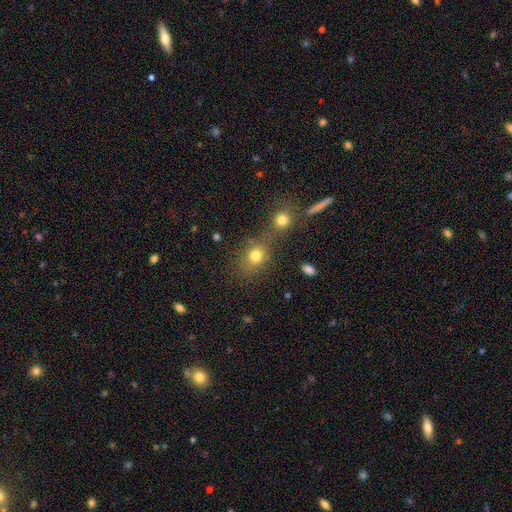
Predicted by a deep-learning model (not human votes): A smooth galaxy with no disk features (76%) that is round (61%). Merging: none (50%).